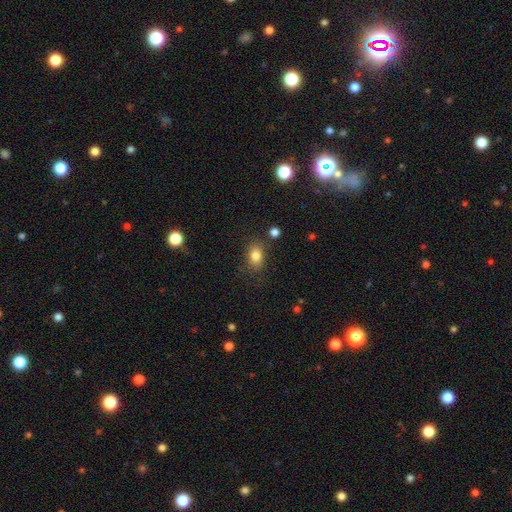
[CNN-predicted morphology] This is clearly a smooth galaxy (82%). How rounded: likely in between (74%). Merging: likely none (77%).